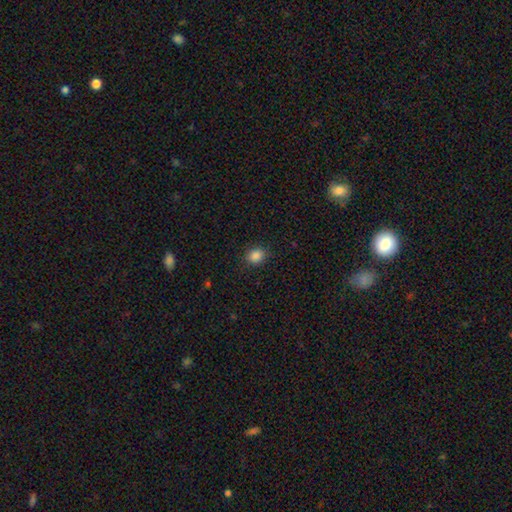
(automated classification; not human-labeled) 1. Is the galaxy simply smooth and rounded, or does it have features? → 86% smooth, 10% star or artifact, 3% featured or disk.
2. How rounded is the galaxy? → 62% round, 37% in between, 1% cigar-shaped.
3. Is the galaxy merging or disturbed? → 88% none, 9% minor disturbance, 3% major disturbance, 1% merger.